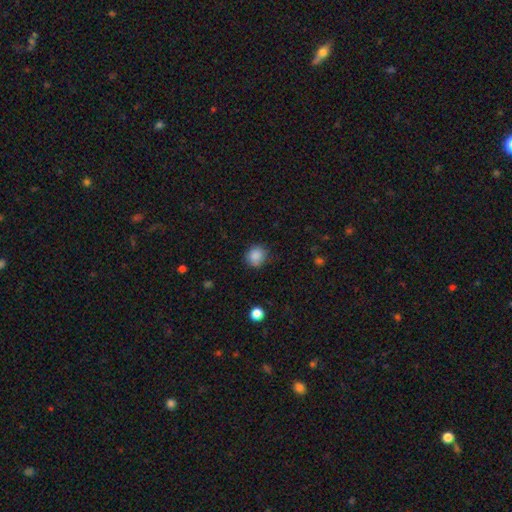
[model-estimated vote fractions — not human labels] Smooth or featured?
  - smooth: 86% *
  - star or artifact: 9%
  - featured or disk: 5%
How rounded?
  - round: 86% *
  - in between: 13%
  - cigar-shaped: 1%
Merging?
  - none: 79% *
  - minor disturbance: 16%
  - major disturbance: 4%
  - merger: 1%